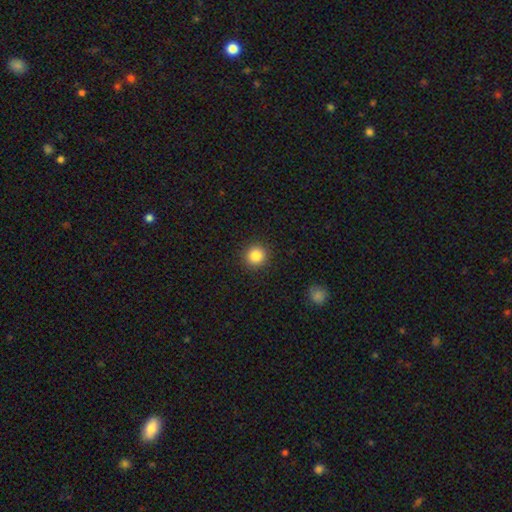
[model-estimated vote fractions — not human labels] Smooth or featured: smooth — 85% (star or artifact — 10%)
How rounded: round — 94% (in between — 5%)
Merging: none — 92% (minor disturbance — 5%)